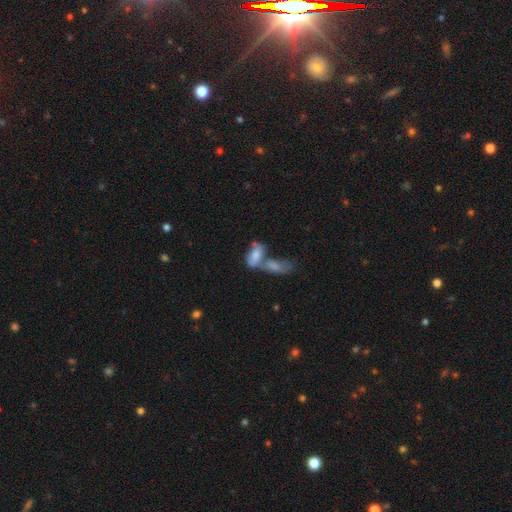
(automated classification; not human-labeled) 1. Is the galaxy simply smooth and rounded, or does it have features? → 66% smooth, 25% featured or disk, 9% star or artifact.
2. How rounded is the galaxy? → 89% in between, 6% cigar-shaped, 5% round.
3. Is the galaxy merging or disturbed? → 66% merger, 17% none, 9% minor disturbance, 8% major disturbance.